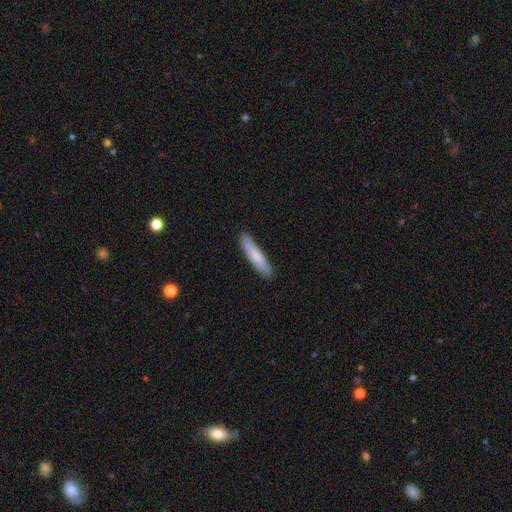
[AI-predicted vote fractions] Smooth or featured? smooth (77%)
How rounded? cigar-shaped (88%)
Merging? none (89%)